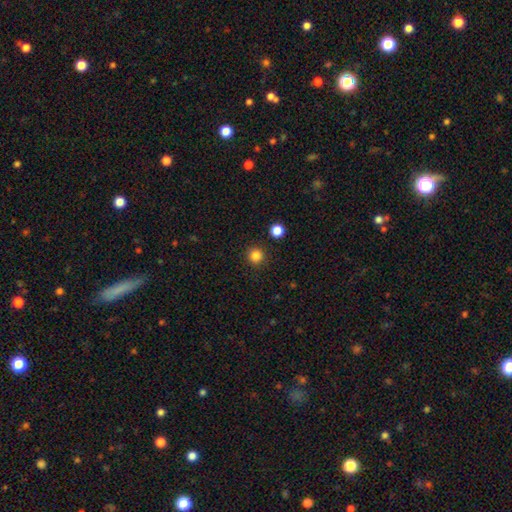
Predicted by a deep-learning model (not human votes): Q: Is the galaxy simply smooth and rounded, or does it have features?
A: smooth — 84%.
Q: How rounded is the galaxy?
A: round — 94%.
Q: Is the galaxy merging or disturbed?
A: none — 91%.